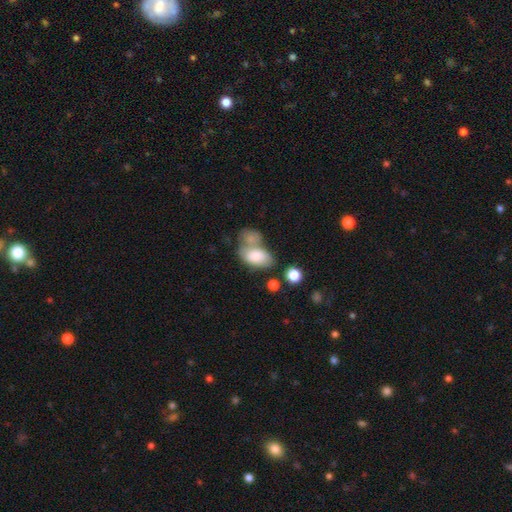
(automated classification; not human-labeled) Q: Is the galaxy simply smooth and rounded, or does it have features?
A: smooth — 76%.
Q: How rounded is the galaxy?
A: in between — 91%.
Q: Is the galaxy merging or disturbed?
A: merger — 47%.